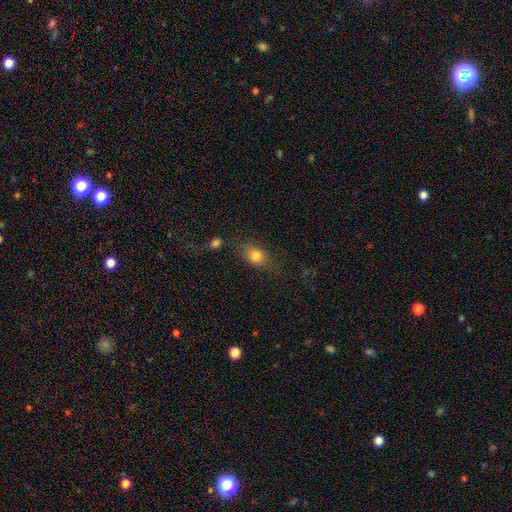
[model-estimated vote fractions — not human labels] This appears to be a smooth galaxy with no disk features (80%) that is in between round and cigar-shaped (66%). Merging: none (68%).